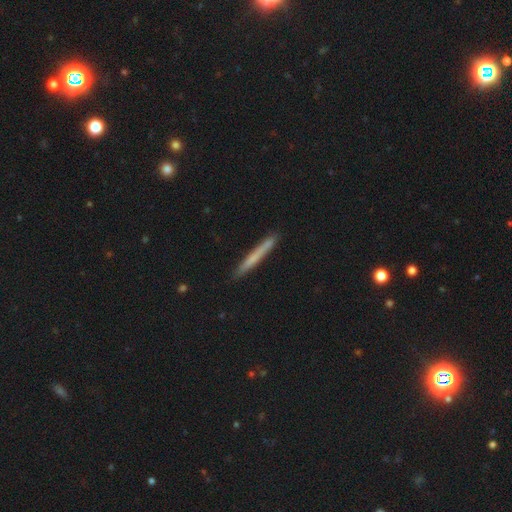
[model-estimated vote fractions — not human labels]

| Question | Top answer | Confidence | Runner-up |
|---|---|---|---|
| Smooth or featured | smooth | 62% | featured or disk (32%) |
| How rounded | cigar-shaped | 97% | in between (2%) |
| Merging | none | 89% | minor disturbance (8%) |